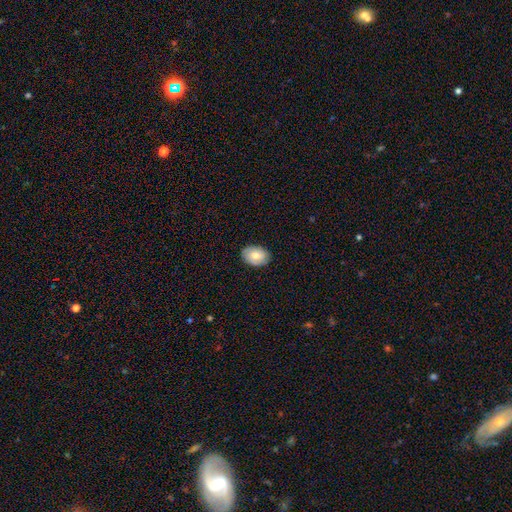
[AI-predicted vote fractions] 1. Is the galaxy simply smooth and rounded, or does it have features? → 68% smooth, 24% featured or disk, 7% star or artifact.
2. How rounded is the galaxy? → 76% in between, 23% round, 1% cigar-shaped.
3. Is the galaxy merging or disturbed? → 86% none, 11% minor disturbance, 2% major disturbance, 1% merger.